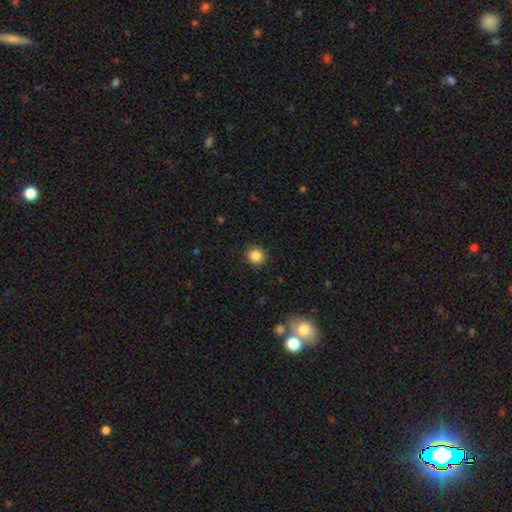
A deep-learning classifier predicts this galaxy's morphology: This is clearly a smooth galaxy (85%). How rounded: clearly round (91%). Merging: clearly none (90%).